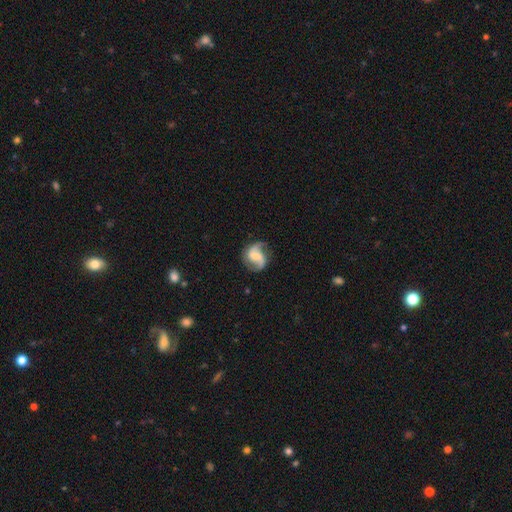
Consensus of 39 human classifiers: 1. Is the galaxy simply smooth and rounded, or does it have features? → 72% featured or disk, 18% smooth, 10% star or artifact.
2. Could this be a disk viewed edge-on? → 100% no, 0% yes.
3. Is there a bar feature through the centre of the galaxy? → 46% weak, 36% no, 18% strong.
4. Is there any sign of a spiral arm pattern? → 93% yes, 7% no.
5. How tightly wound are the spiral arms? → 73% loose, 15% tight, 12% medium.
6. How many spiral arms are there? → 92% 2, 8% 1, 0% 3, 0% 4, 0% more than 4, 0% can't tell.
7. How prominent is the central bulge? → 36% small, 29% none, 21% large, 14% moderate, 0% dominant.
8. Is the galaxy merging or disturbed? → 57% none, 26% minor disturbance, 14% major disturbance, 3% merger.